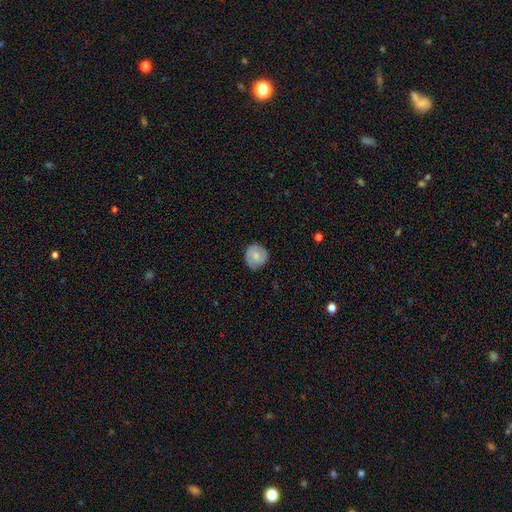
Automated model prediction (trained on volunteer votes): A smooth galaxy with no disk features (60%) that is round (89%).

Vote fractions:
- Smooth or featured? smooth: 60% / featured or disk: 33% / star or artifact: 7%
- How rounded? round: 89% / in between: 10% / cigar-shaped: 1%
- Merging? none: 78% / minor disturbance: 18% / major disturbance: 4% / merger: 1%